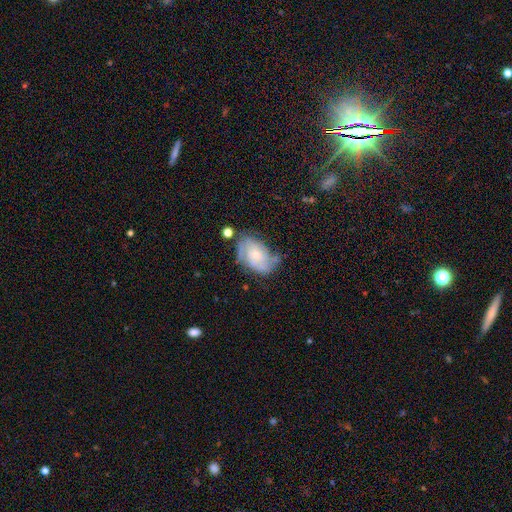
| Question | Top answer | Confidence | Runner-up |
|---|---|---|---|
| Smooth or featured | featured or disk | 56% | smooth (33%) |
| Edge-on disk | no | 100% | — |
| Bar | no | 91% | strong (9%) |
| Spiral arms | yes | 91% | no (9%) |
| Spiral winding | tight | 50% | medium (30%) |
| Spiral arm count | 2 | 50% | can't tell (25%) |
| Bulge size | small | 50% | moderate (45%) |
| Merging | none | 49% | minor disturbance (23%) |